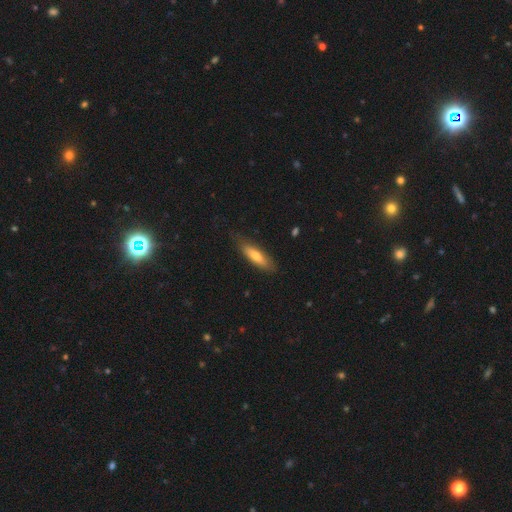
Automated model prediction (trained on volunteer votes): A smooth galaxy with no disk features (67%) that is cigar-shaped (59%).

Vote fractions:
- Smooth or featured? smooth: 67% / featured or disk: 27% / star or artifact: 6%
- How rounded? cigar-shaped: 59% / in between: 39% / round: 2%
- Merging? none: 76% / minor disturbance: 19% / major disturbance: 4% / merger: 1%